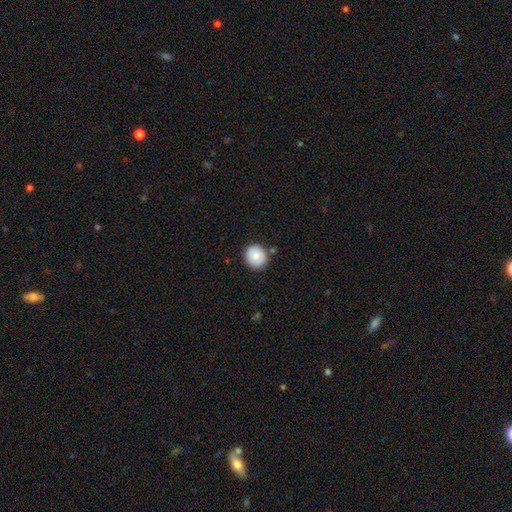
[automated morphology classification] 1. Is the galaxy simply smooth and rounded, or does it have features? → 82% smooth, 10% featured or disk, 8% star or artifact.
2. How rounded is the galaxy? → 83% round, 16% in between, 1% cigar-shaped.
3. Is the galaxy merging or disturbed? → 83% none, 11% minor disturbance, 3% merger, 2% major disturbance.